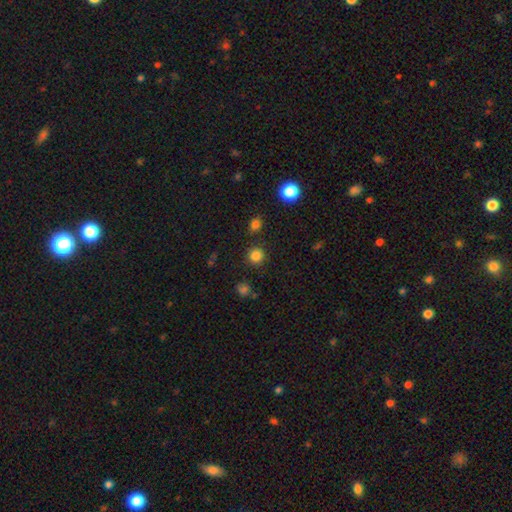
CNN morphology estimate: type=smooth (83%); roundness=round (93%); merging=none (88%).